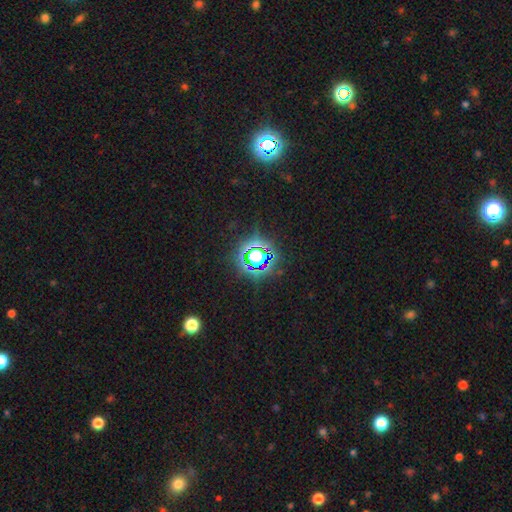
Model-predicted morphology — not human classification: Q: Smooth or featured?
A: star or artifact (72%); runner-up: smooth (18%)